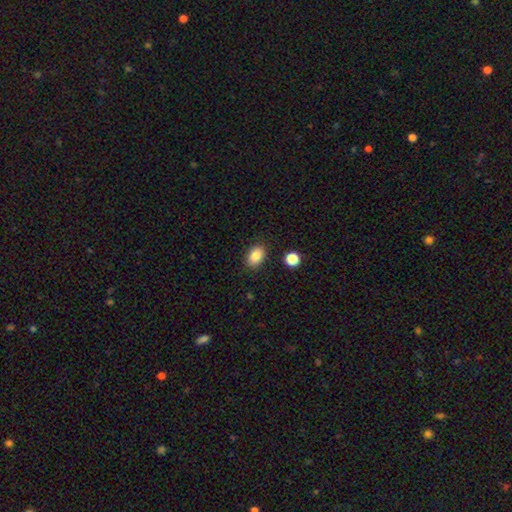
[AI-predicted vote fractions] Q: Smooth or featured?
A: smooth (85%); runner-up: star or artifact (9%)
Q: How rounded?
A: in between (80%); runner-up: round (18%)
Q: Merging?
A: none (86%); runner-up: minor disturbance (9%)